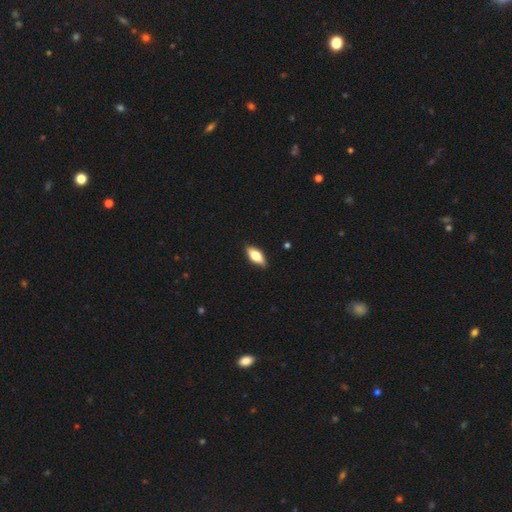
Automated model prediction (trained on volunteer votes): Smooth or featured? Predicted: smooth (p=0.63). How rounded? Predicted: in between (p=0.78). Merging? Predicted: none (p=0.87).